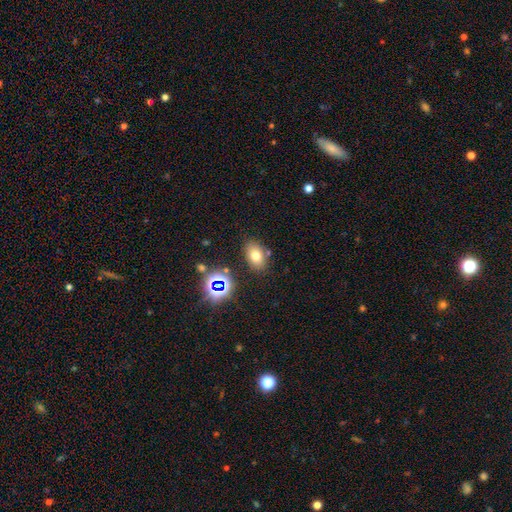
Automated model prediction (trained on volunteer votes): Overall: smooth (71%). How rounded: in between (81%). Merging: none (79%).